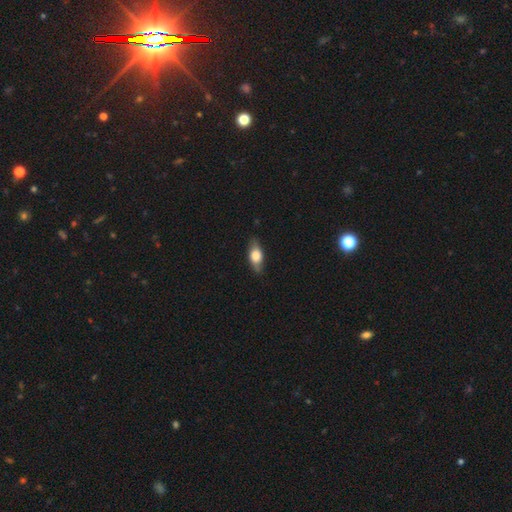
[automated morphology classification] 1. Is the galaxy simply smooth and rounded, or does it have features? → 64% smooth, 29% featured or disk, 7% star or artifact.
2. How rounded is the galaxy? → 79% in between, 14% cigar-shaped, 7% round.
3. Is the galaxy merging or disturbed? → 78% none, 17% minor disturbance, 3% major disturbance, 1% merger.